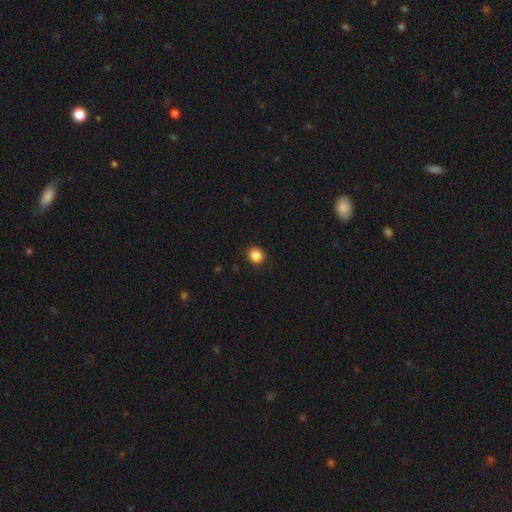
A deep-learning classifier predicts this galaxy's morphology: This is clearly a smooth galaxy (85%). How rounded: clearly round (84%). Merging: clearly none (92%).